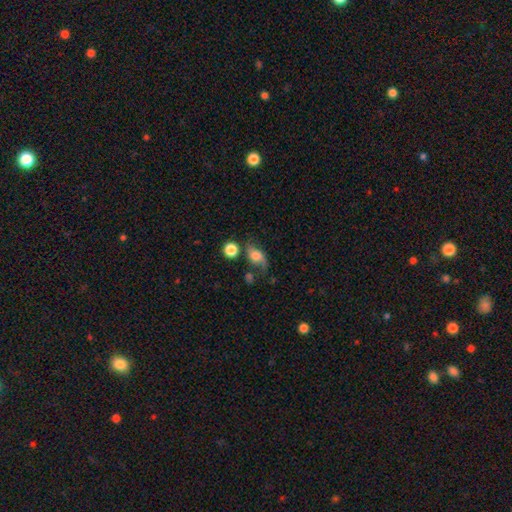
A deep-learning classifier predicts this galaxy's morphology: smooth_or_featured: smooth (p=0.49) [alt: featured or disk p=0.40]
merging: none (p=0.53) [alt: minor disturbance p=0.24]